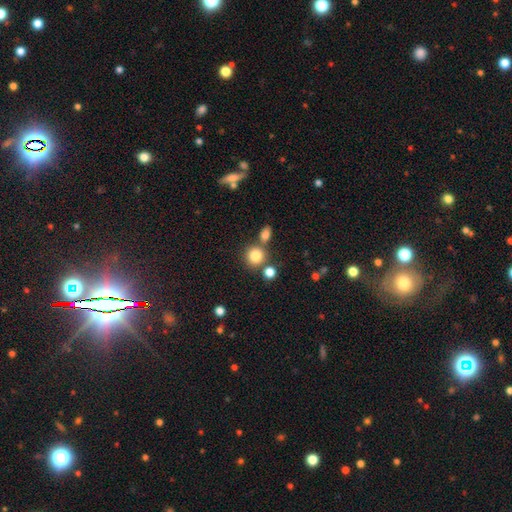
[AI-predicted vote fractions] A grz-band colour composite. It shows a smooth galaxy with no disk features (81%) that is round (87%). Merging: none (67%).